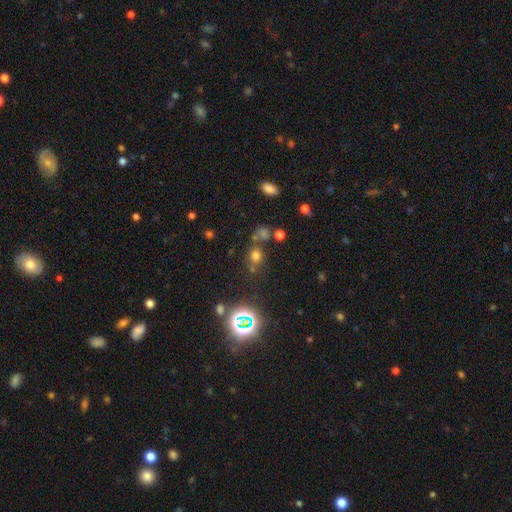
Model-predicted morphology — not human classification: The model was most divided on "smooth or featured": smooth: 52%, star or artifact: 38%, featured or disk: 10%. More confident: how rounded — round (75%); merging — none (67%).